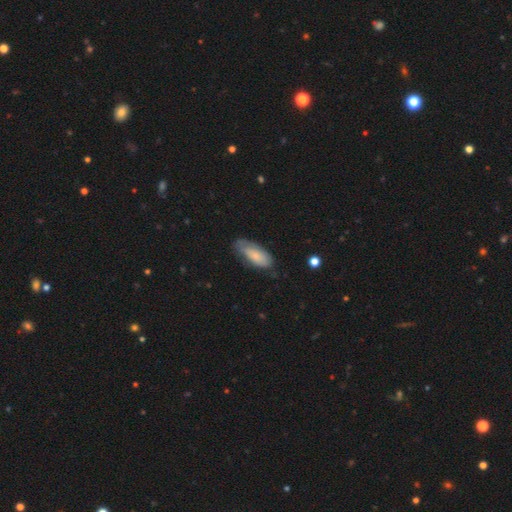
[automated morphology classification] type=smooth (70%); roundness=in between (80%); merging=none (56%).